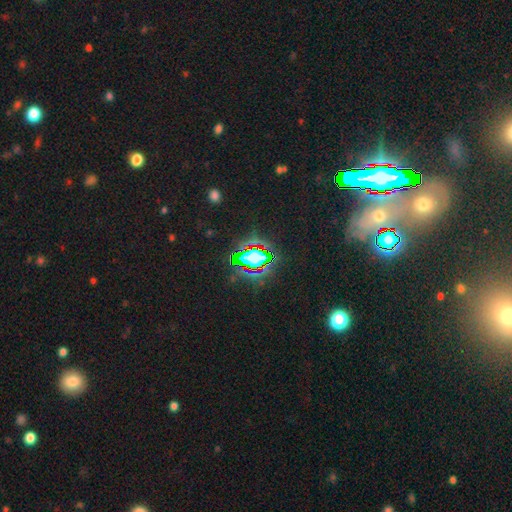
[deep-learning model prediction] This is likely a star or artifact rather than a galaxy (80%).